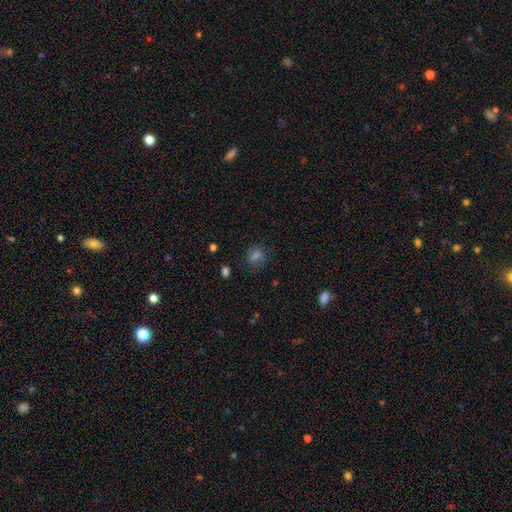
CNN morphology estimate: A smooth galaxy with no disk features (64%) that is round (70%). Merging: none (80%).